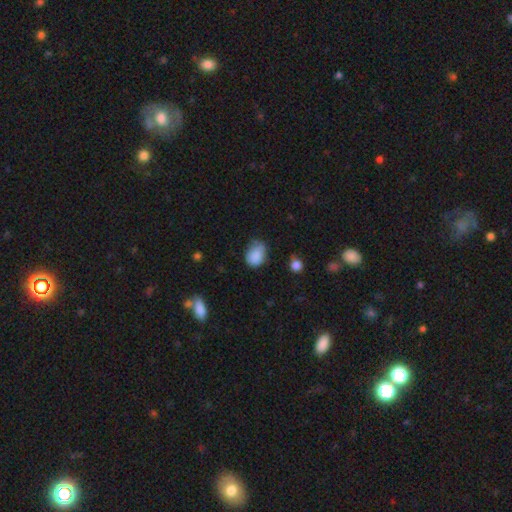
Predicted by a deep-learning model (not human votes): smooth-or-featured: smooth: 84% | star or artifact: 9% | featured or disk: 7%
  how-rounded: in between: 67% | round: 32% | cigar-shaped: 1%
  merging: none: 50% | minor disturbance: 38% | major disturbance: 10% | merger: 3%